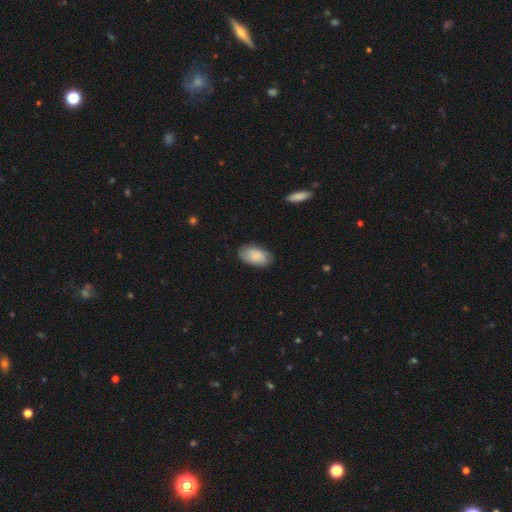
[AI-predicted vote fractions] This appears to be a smooth galaxy with no disk features (82%) that is in between round and cigar-shaped (94%). Merging: none (80%).